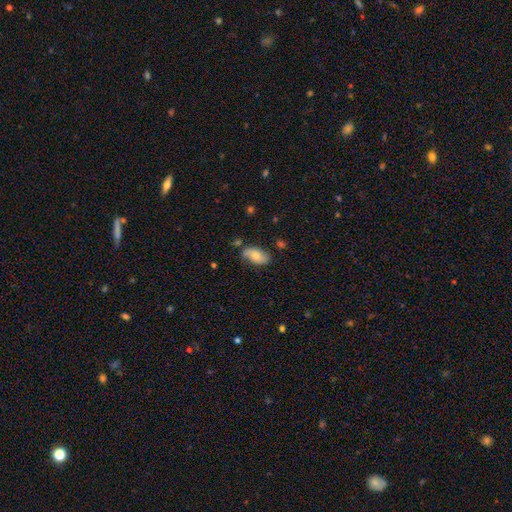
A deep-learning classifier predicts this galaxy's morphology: Smooth or featured? smooth (59%)
How rounded? in between (92%)
Merging? none (64%)